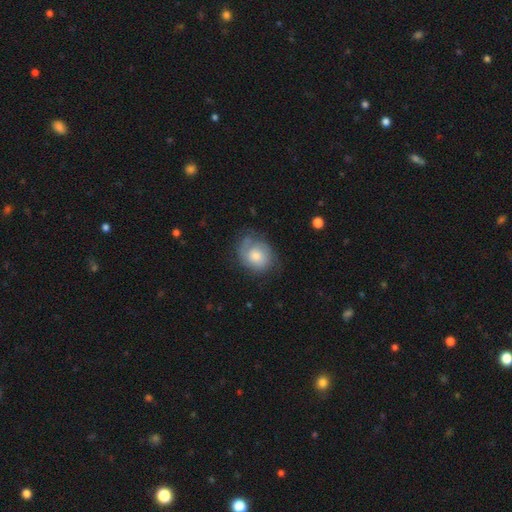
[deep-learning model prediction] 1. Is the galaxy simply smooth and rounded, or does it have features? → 52% smooth, 40% featured or disk, 8% star or artifact.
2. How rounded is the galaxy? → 56% round, 43% in between, 1% cigar-shaped.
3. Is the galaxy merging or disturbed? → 61% none, 26% minor disturbance, 12% major disturbance, 1% merger.